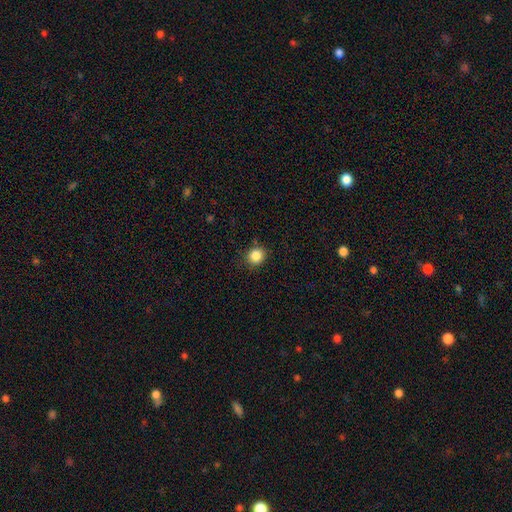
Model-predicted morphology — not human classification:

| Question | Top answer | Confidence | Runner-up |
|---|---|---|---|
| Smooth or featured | smooth | 85% | star or artifact (11%) |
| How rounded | round | 86% | in between (13%) |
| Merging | none | 87% | minor disturbance (9%) |